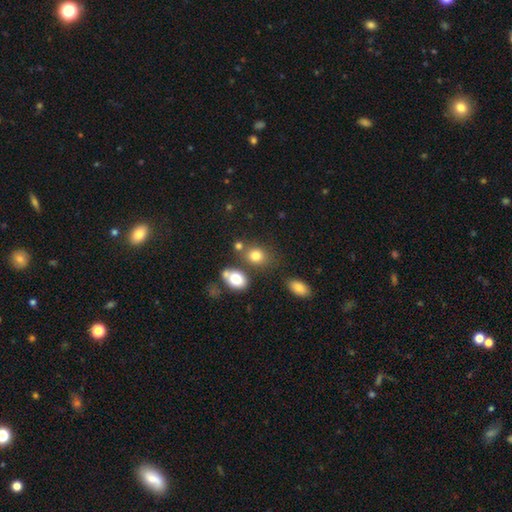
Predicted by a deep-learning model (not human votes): Morphology: type=smooth (79%); roundness=round (53%); merging=none (63%).